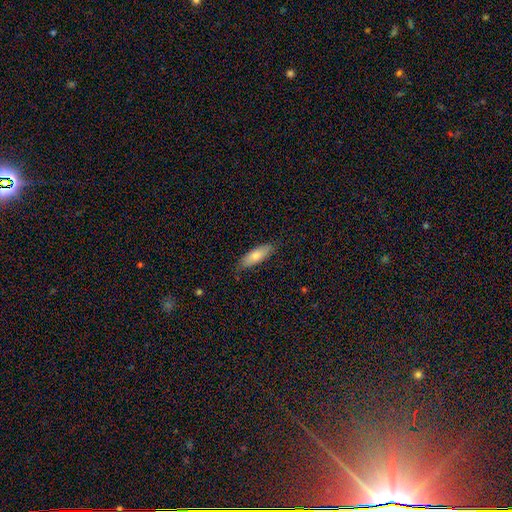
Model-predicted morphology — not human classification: A smooth galaxy with no disk features (76%) that is in between round and cigar-shaped (59%). Merging: none (79%).